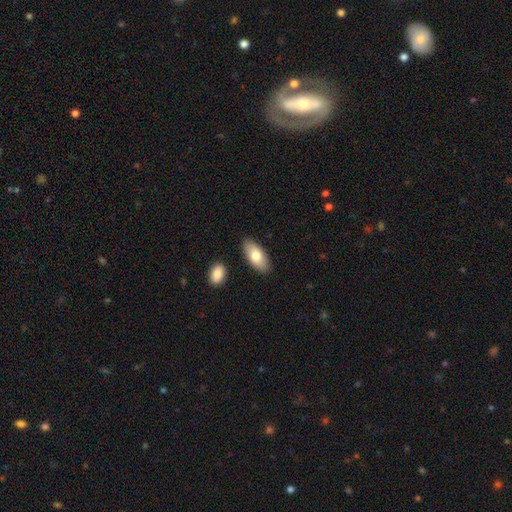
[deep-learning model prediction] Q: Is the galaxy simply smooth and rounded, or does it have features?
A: smooth — 78%.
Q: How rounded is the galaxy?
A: in between — 91%.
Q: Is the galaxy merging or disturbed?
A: none — 86%.